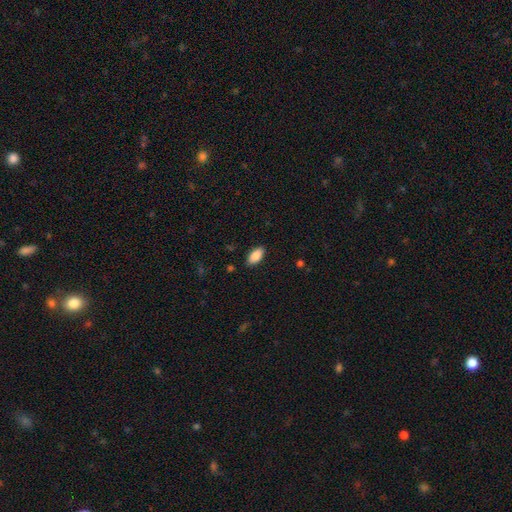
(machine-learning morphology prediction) Overall: smooth (89%). How rounded: in between (92%). Merging: none (88%).